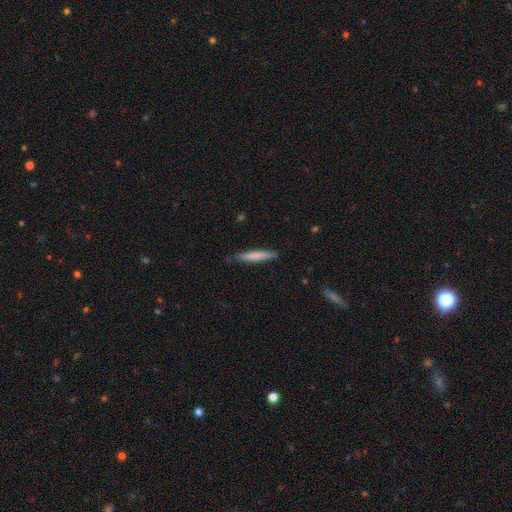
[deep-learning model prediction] smooth-or-featured: smooth: 73% | featured or disk: 21% | star or artifact: 5%
  how-rounded: cigar-shaped: 92% | in between: 7% | round: 1%
  merging: none: 82% | minor disturbance: 15% | major disturbance: 2% | merger: 1%